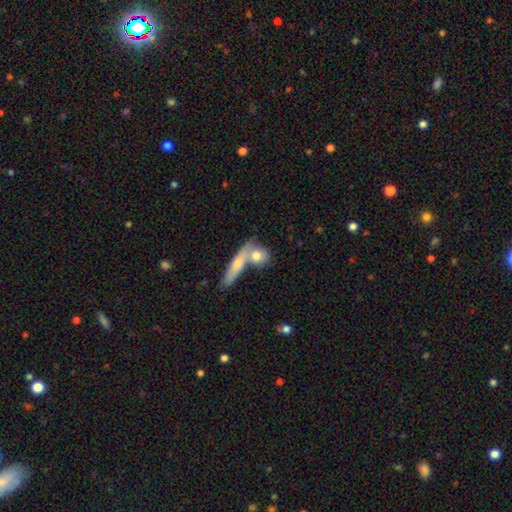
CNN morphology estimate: This is likely a smooth galaxy (70%). How rounded: marginally round (45%). Merging: marginally merger (43%, tied with none).